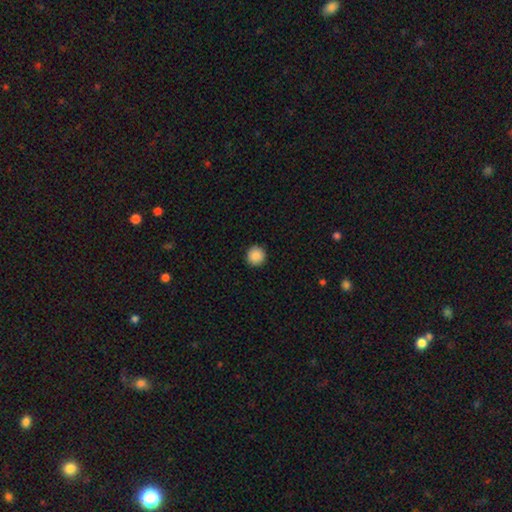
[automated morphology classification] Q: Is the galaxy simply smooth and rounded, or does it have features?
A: smooth — 89%.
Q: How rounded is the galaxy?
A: round — 95%.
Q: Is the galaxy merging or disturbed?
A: none — 93%.